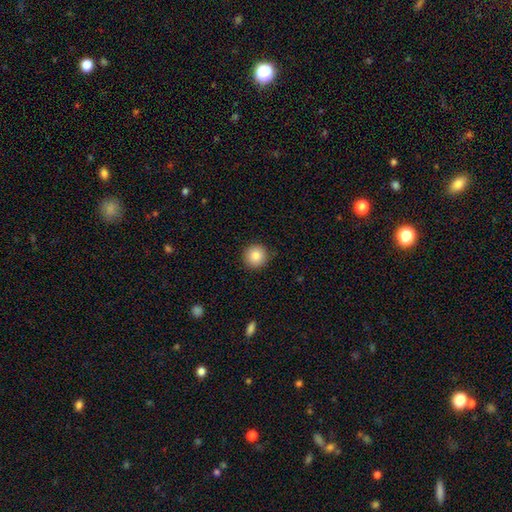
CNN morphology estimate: This appears to be a smooth galaxy with no disk features (86%) that is round (94%). Merging: none (90%).